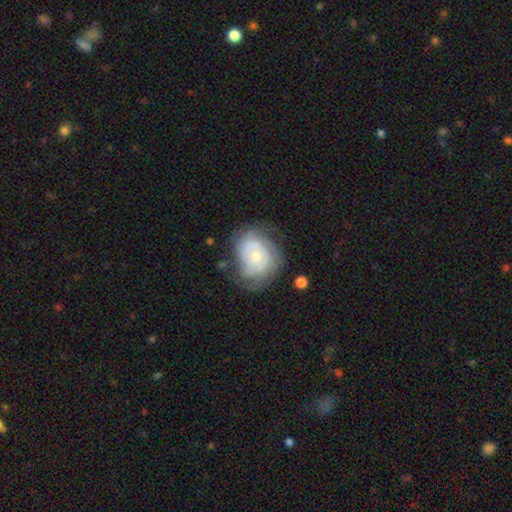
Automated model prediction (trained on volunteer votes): The model was most divided on "bulge size": small: 57%, moderate: 38%, large: 2%, none: 1%, dominant: 1%. More confident: edge-on disk — no (97%); bar — no (80%); spiral arms — yes (78%); smooth or featured — featured or disk (64%); merging — none (59%).